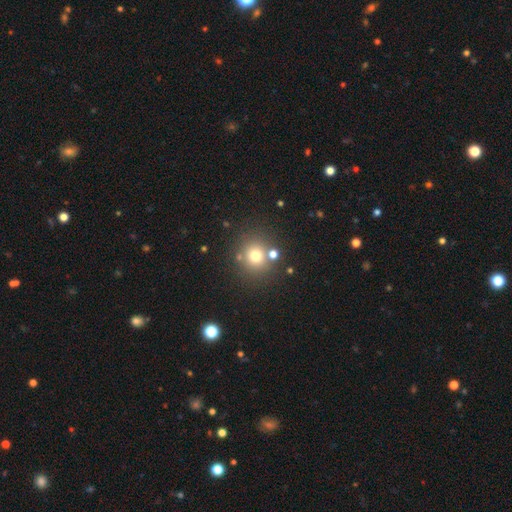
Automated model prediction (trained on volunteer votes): Smooth or featured: smooth — 72% (star or artifact — 17%)
How rounded: round — 89% (in between — 10%)
Merging: none — 76% (merger — 11%)